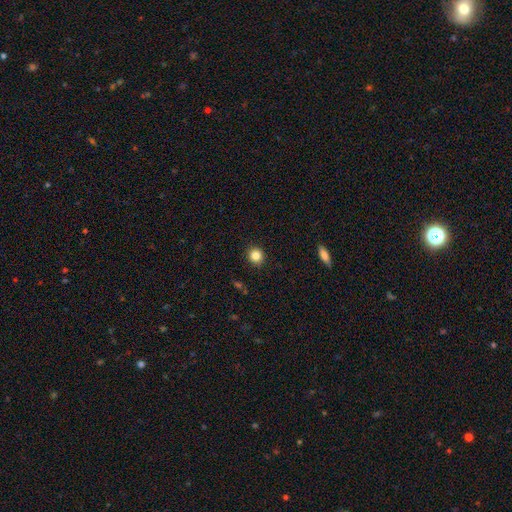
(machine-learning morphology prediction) This is clearly a smooth galaxy (84%). How rounded: clearly round (89%). Merging: clearly none (91%).